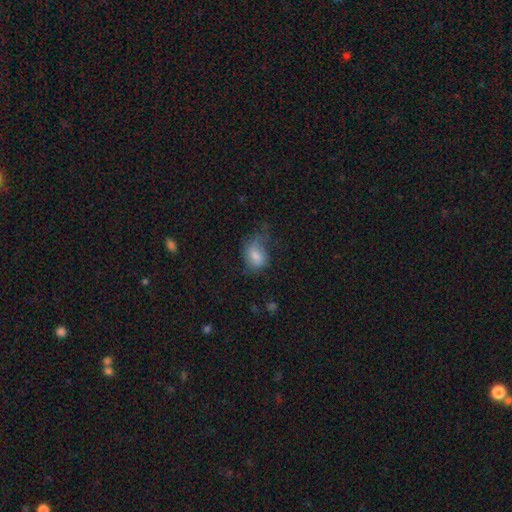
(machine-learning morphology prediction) The model was most divided on "merging": none: 35%, minor disturbance: 33%, major disturbance: 30%, merger: 2%. More confident: how rounded — in between (76%); smooth or featured — smooth (69%).